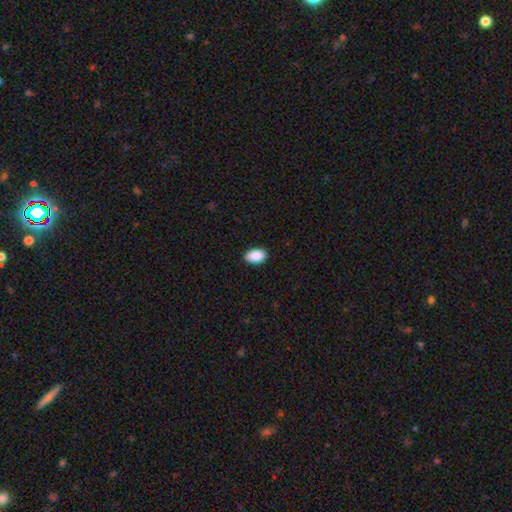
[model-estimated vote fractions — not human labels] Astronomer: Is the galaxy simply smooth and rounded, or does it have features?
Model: smooth — 90%.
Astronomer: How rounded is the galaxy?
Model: in between — 91%.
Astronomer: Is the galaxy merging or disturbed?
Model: none — 88%.